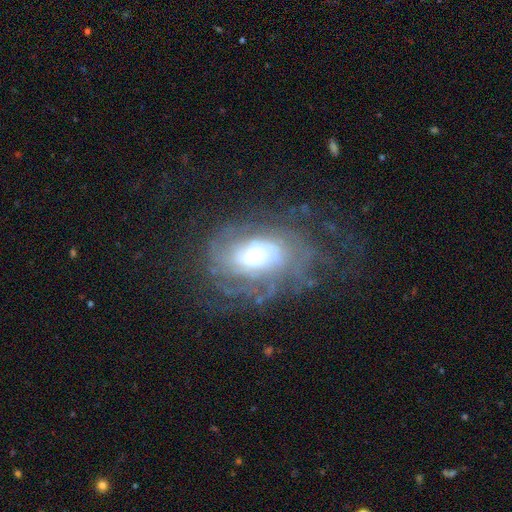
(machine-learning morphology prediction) A featured or disk galaxy (79%) with no bar (68%), tight (55%) spiral arms (91%) and a moderate central bulge (40%).

Vote fractions:
- Smooth or featured? featured or disk: 79% / smooth: 13% / star or artifact: 9%
- Edge-on disk? no: 96% / yes: 4%
- Bar? no: 68% / weak: 25% / strong: 7%
- Spiral arms? yes: 91% / no: 9%
- Spiral winding? tight: 55% / medium: 32% / loose: 13%
- Spiral arm count? can't tell: 46% / 2: 16% / 3: 11% / 4: 11% / more than 4: 10% / 1: 6%
- Bulge size? moderate: 40% / large: 30% / small: 23% / dominant: 4% / none: 3%
- Merging? none: 62% / minor disturbance: 19% / major disturbance: 17% / merger: 2%